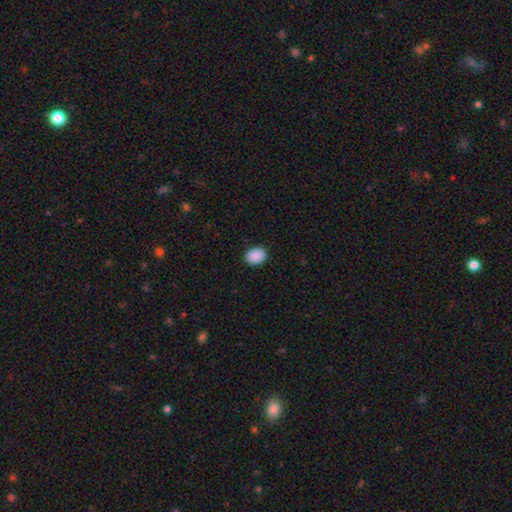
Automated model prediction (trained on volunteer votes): smooth 90%, star or artifact 8%, featured or disk 2%. Down the decision tree: how rounded — in between (56%); merging — none (90%).